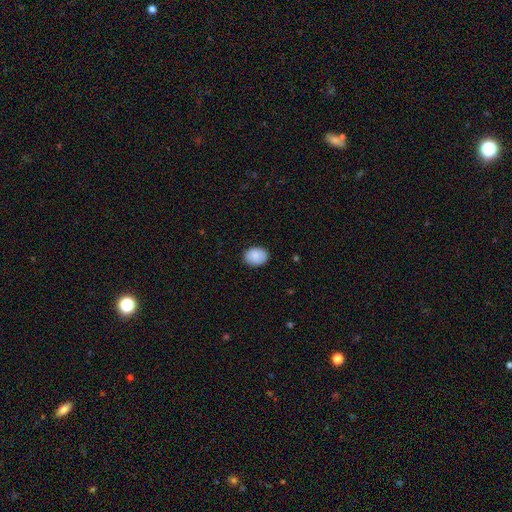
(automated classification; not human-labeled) A smooth galaxy with no disk features (87%) that is in between round and cigar-shaped (59%).

Vote fractions:
- Smooth or featured? smooth: 87% / star or artifact: 7% / featured or disk: 6%
- How rounded? in between: 59% / round: 40% / cigar-shaped: 1%
- Merging? none: 87% / minor disturbance: 10% / major disturbance: 2% / merger: 1%